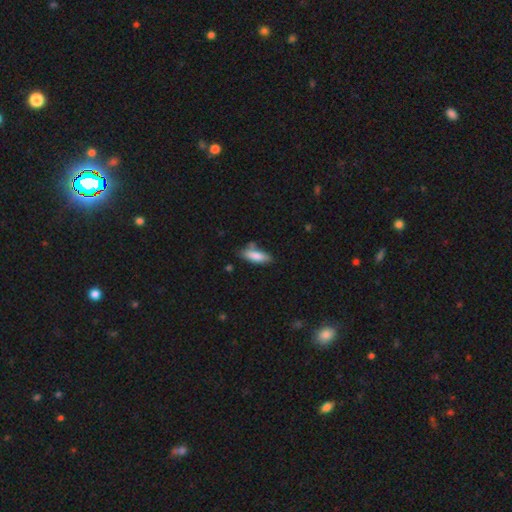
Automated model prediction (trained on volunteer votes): A smooth galaxy with no disk features (82%) that is in between round and cigar-shaped (64%). Merging: none (66%).